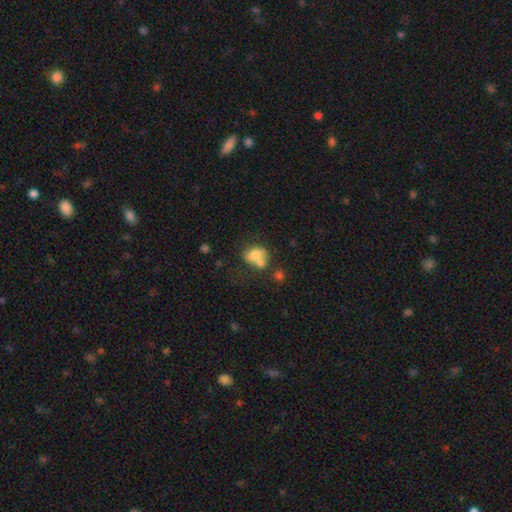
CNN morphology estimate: A smooth galaxy with no disk features (73%) that is in between round and cigar-shaped (52%).

Vote fractions:
- Smooth or featured? smooth: 73% / featured or disk: 17% / star or artifact: 10%
- How rounded? in between: 52% / round: 47% / cigar-shaped: 1%
- Merging? merger: 46% / none: 34% / minor disturbance: 13% / major disturbance: 7%